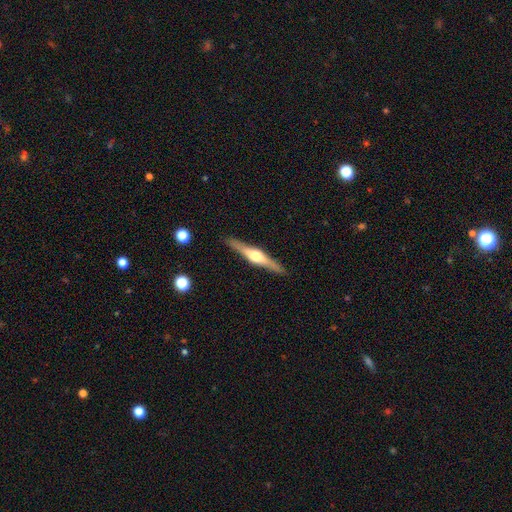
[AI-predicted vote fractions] Q: Smooth or featured?
A: featured or disk (76%); runner-up: smooth (19%)
Q: Edge-on disk?
A: yes (98%); runner-up: no (2%)
Q: Edge-on bulge?
A: rounded (93%); runner-up: boxy (5%)
Q: Merging?
A: none (91%); runner-up: minor disturbance (6%)